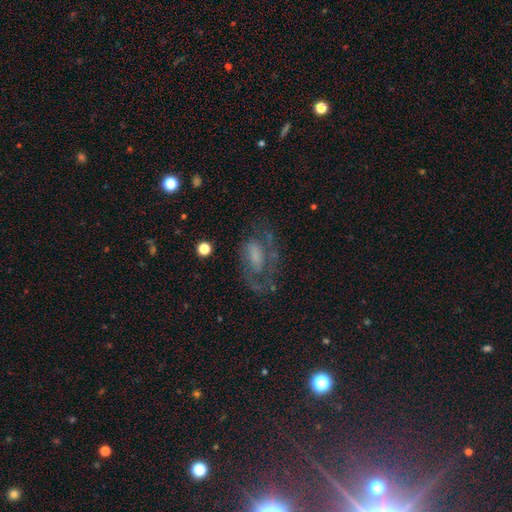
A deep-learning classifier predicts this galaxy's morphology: This appears to be a featured or disk galaxy (68%) with no bar (50%), spiral arms (75%) and no central bulge (33%). Merging: none (51%).